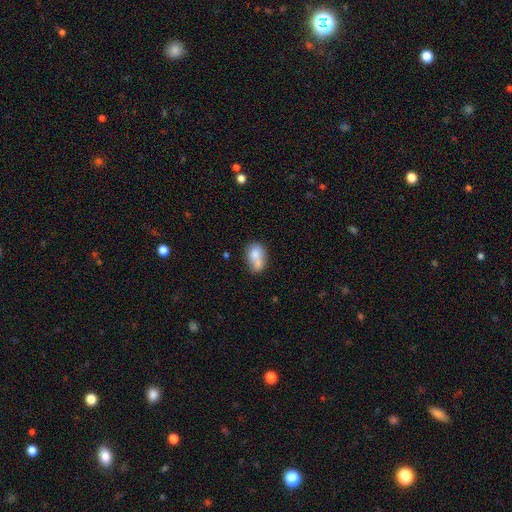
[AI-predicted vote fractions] Q: Smooth or featured?
A: smooth (73%); runner-up: featured or disk (18%)
Q: How rounded?
A: in between (70%); runner-up: round (29%)
Q: Merging?
A: merger (50%); runner-up: none (30%)